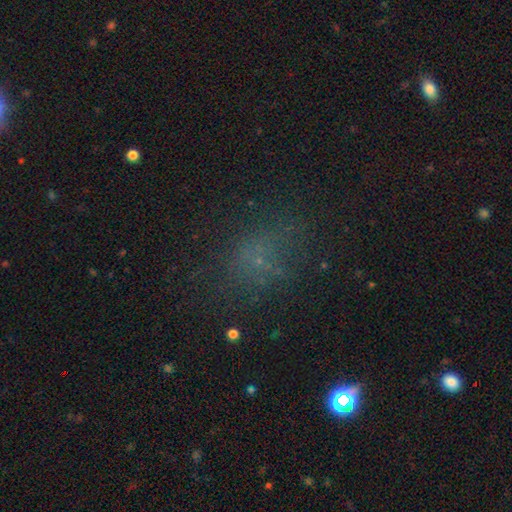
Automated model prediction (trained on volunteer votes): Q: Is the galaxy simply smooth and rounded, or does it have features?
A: smooth — 50%.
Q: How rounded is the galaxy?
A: in between — 51%.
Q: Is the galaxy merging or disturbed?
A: none — 64%.